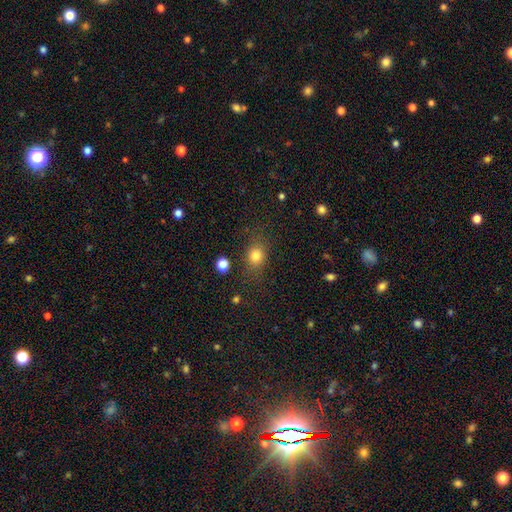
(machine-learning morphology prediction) A smooth galaxy with no disk features (81%) that is round (55%).

Vote fractions:
- Smooth or featured? smooth: 81% / star or artifact: 12% / featured or disk: 7%
- How rounded? round: 55% / in between: 43% / cigar-shaped: 2%
- Merging? none: 76% / minor disturbance: 15% / major disturbance: 7% / merger: 3%